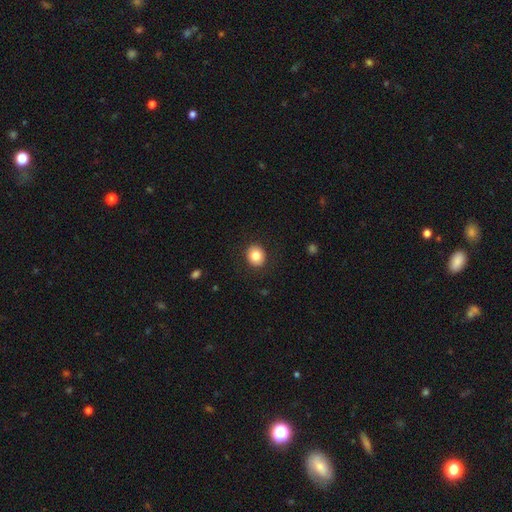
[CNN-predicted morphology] This is clearly a smooth galaxy (83%). How rounded: likely round (74%). Merging: clearly none (90%).